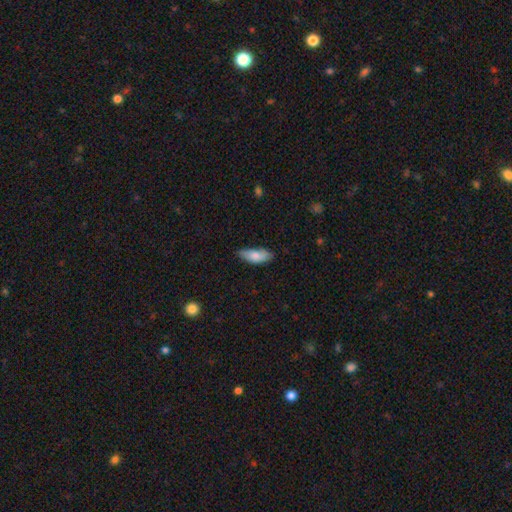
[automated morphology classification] This appears to be a smooth galaxy with no disk features (79%) that is in between round and cigar-shaped (78%). Merging: none (66%).